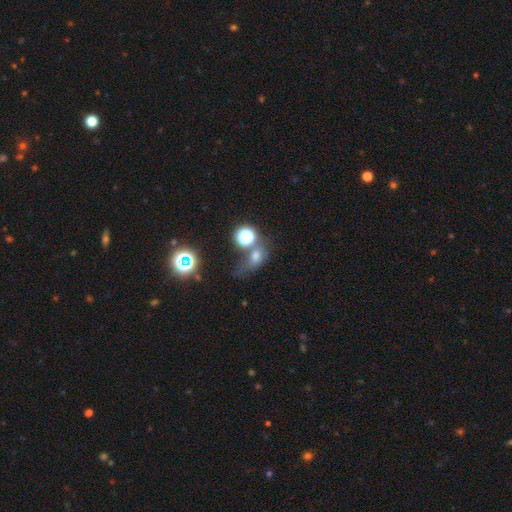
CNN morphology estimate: type=smooth (59%); roundness=in between (50%); merging=none (38%).